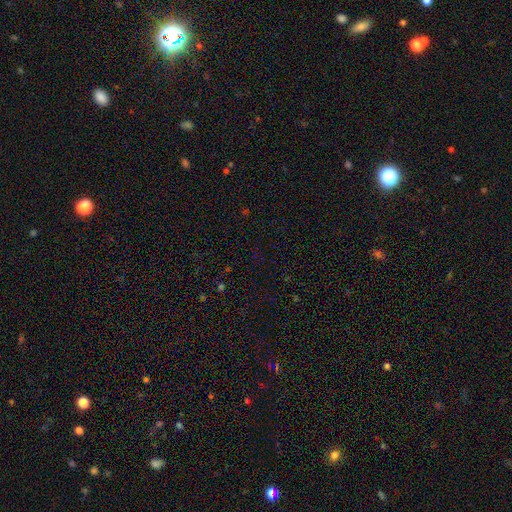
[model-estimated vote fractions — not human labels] Morphology: type=star or artifact (66%).